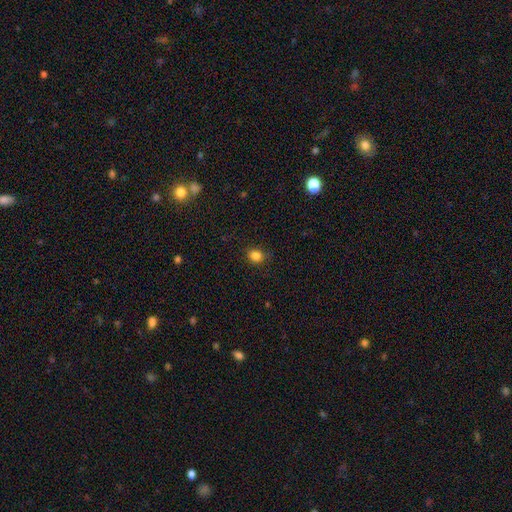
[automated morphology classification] Smooth or featured: smooth — 84% (star or artifact — 12%)
How rounded: round — 67% (in between — 32%)
Merging: none — 84% (minor disturbance — 12%)